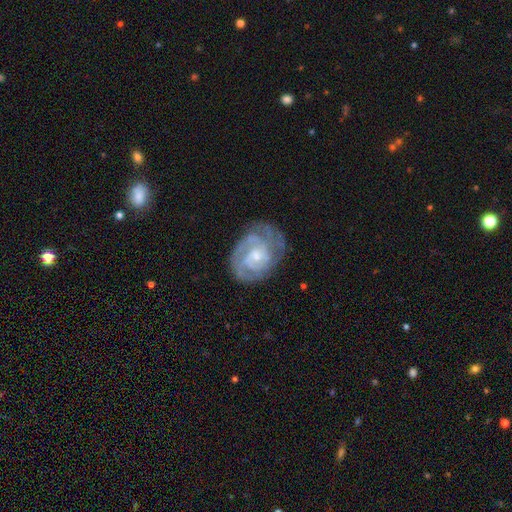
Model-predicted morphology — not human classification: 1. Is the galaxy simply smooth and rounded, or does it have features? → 84% featured or disk, 10% smooth, 5% star or artifact.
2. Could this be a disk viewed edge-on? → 97% no, 3% yes.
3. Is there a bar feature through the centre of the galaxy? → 63% no, 32% weak, 5% strong.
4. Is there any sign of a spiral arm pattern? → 94% yes, 6% no.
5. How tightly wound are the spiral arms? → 66% tight, 28% medium, 5% loose.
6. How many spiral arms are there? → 29% can't tell (tied), 29% 2 (tied), 24% 3, 8% 4, 5% 1, 5% more than 4.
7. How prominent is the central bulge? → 52% small, 40% moderate, 4% none, 3% large, 1% dominant.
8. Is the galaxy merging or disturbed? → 69% none, 20% minor disturbance, 9% major disturbance, 1% merger.